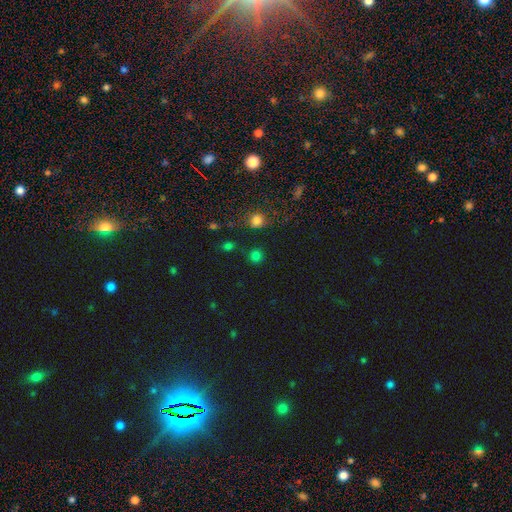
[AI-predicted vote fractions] Smooth or featured? Predicted: smooth (p=0.75). How rounded? Predicted: round (p=0.91). Merging? Predicted: none (p=0.84).